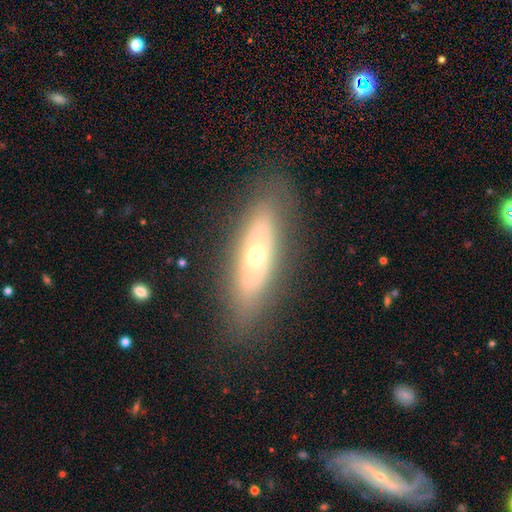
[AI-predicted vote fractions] This appears to be a featured or disk galaxy (64%). Merging: none (82%).